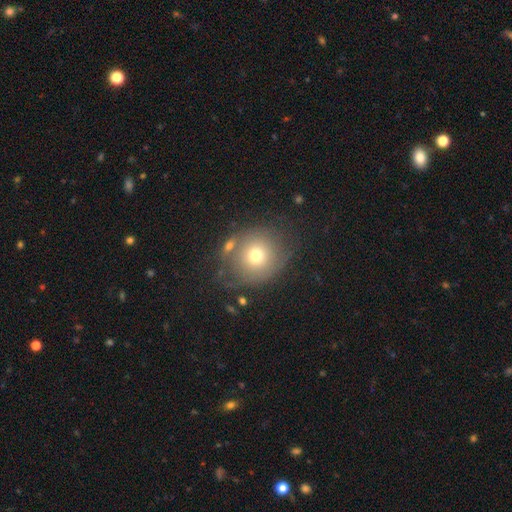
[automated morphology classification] type=smooth (66%); roundness=round (85%); merging=none (62%).